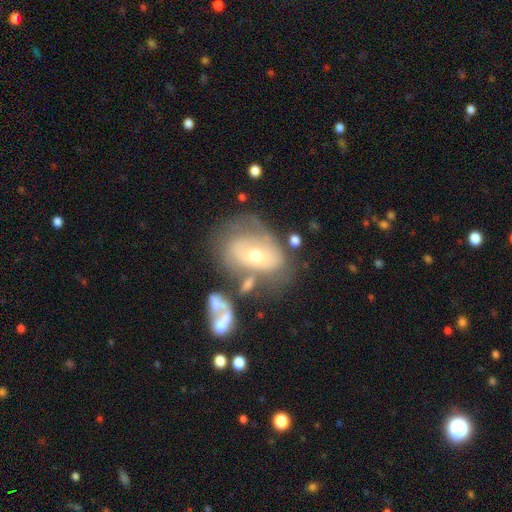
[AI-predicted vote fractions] smooth_or_featured: featured or disk (p=0.57) [alt: smooth p=0.35]
disk_edge_on: no (p=0.94) [alt: yes p=0.06]
bar: no (p=0.70) [alt: weak p=0.21]
has_spiral_arms: no (p=0.53) [alt: yes p=0.47]
bulge_size: moderate (p=0.60) [alt: small p=0.33]
merging: none (p=0.35) [alt: major disturbance p=0.23]